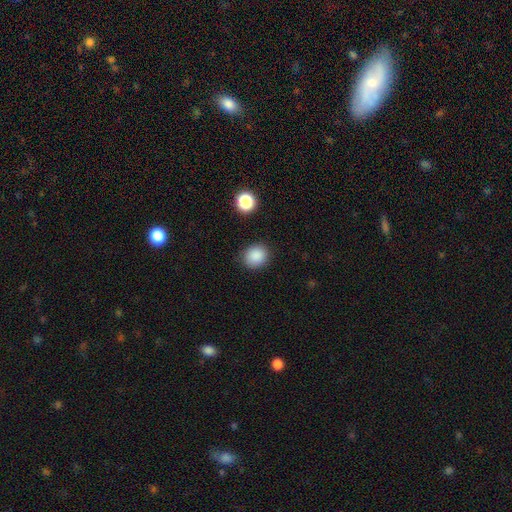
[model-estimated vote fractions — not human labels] Smooth or featured?
  - smooth: 87% *
  - star or artifact: 10%
  - featured or disk: 3%
How rounded?
  - round: 71% *
  - in between: 28%
  - cigar-shaped: 1%
Merging?
  - none: 86% *
  - minor disturbance: 9%
  - major disturbance: 3%
  - merger: 2%